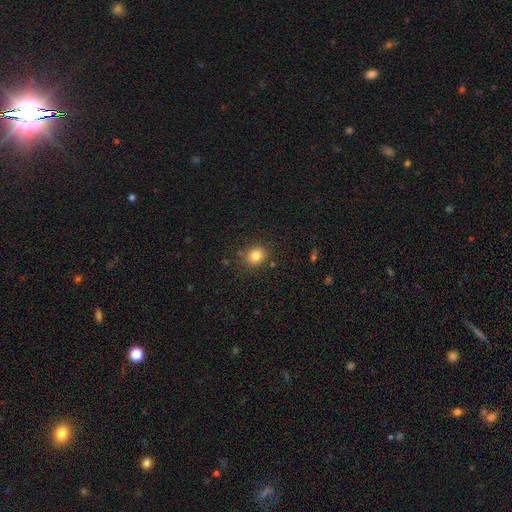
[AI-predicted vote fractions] Smooth or featured: smooth — 81% (star or artifact — 12%)
How rounded: round — 69% (in between — 30%)
Merging: none — 83% (minor disturbance — 11%)